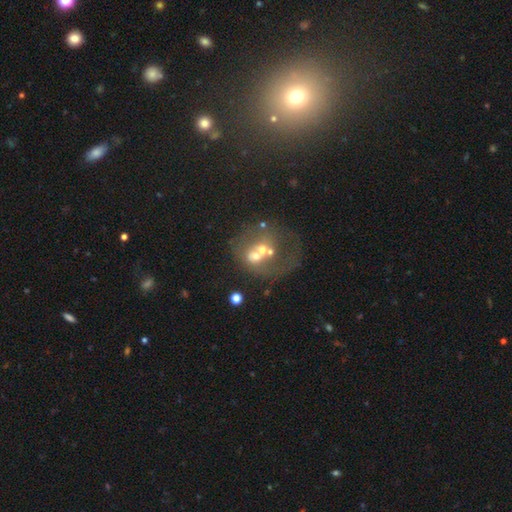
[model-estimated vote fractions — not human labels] smooth-or-featured: featured or disk: 49% | smooth: 35% | star or artifact: 16%
  merging: merger: 51% | none: 22% | major disturbance: 18% | minor disturbance: 9%